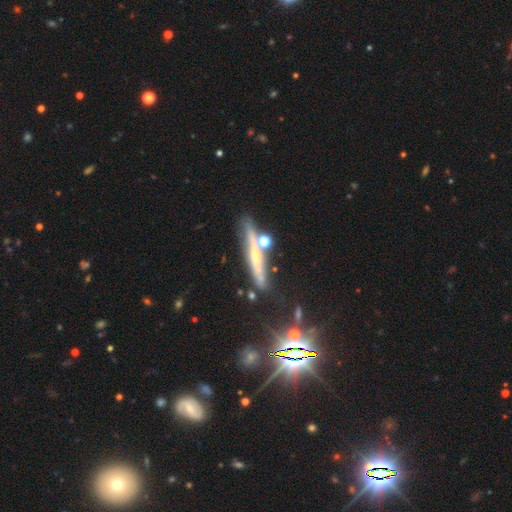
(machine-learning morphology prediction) type=featured or disk (55%); edge-on=yes (91%); merging=none (71%).